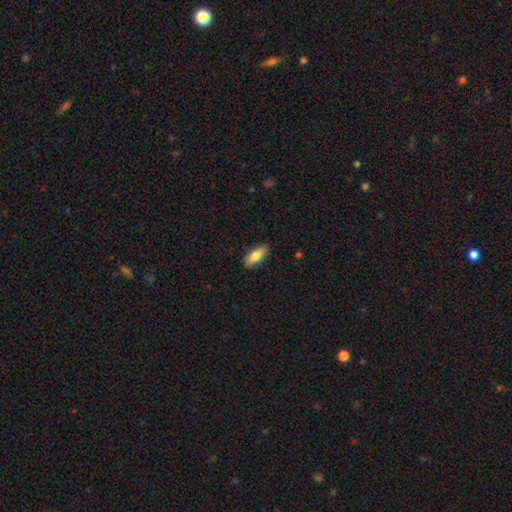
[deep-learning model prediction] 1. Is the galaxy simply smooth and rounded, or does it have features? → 82% smooth, 12% featured or disk, 6% star or artifact.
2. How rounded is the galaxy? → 76% in between, 22% cigar-shaped, 2% round.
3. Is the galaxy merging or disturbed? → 86% none, 11% minor disturbance, 2% major disturbance, 1% merger.